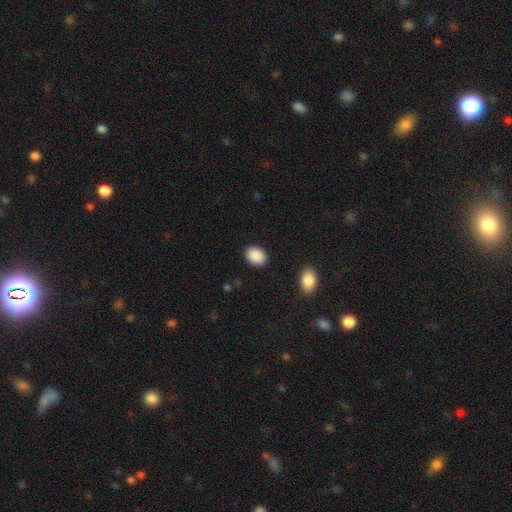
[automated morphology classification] A smooth galaxy with no disk features (90%) that is in between round and cigar-shaped (70%).

Vote fractions:
- Smooth or featured? smooth: 90% / star or artifact: 7% / featured or disk: 3%
- How rounded? in between: 70% / round: 29% / cigar-shaped: 1%
- Merging? none: 89% / minor disturbance: 7% / major disturbance: 2% / merger: 1%